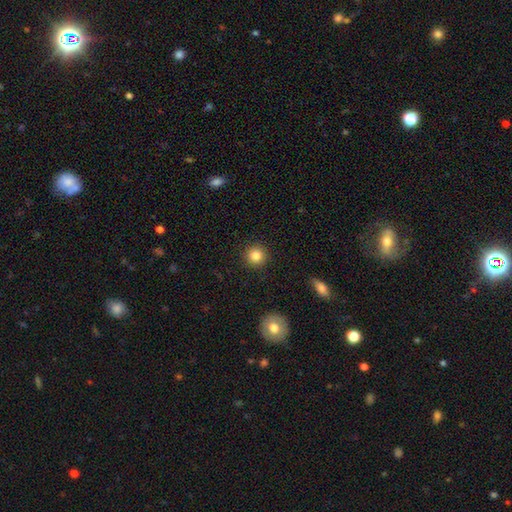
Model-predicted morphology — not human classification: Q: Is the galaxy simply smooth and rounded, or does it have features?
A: smooth — 83%.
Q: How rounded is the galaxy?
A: round — 94%.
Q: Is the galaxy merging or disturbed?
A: none — 92%.